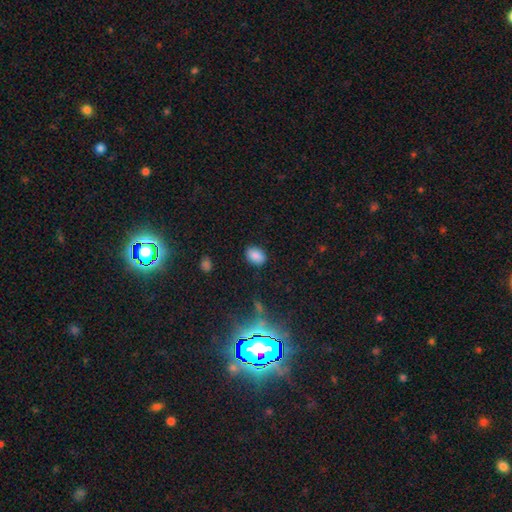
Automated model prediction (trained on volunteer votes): smooth 85%, star or artifact 10%, featured or disk 5%. Down the decision tree: how rounded — in between (75%); merging — none (84%).